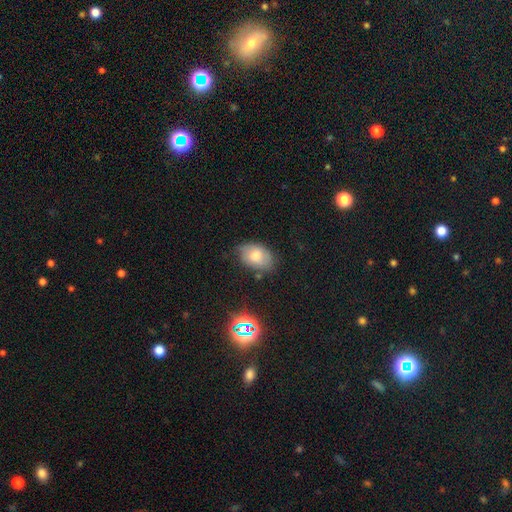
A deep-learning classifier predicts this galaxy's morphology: smooth-or-featured: smooth: 64% | featured or disk: 25% | star or artifact: 11%
  how-rounded: in between: 85% | round: 13% | cigar-shaped: 1%
  merging: none: 67% | minor disturbance: 25% | major disturbance: 6% | merger: 2%